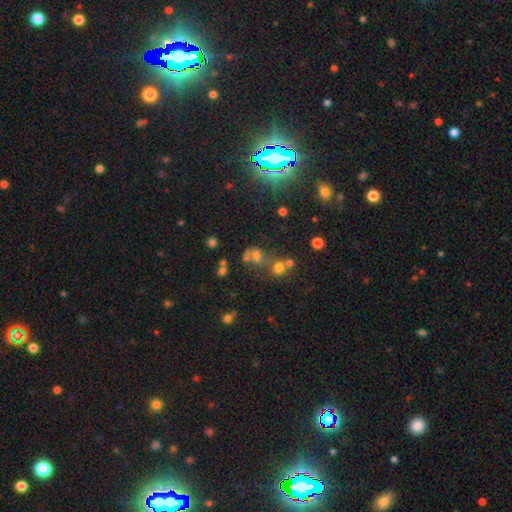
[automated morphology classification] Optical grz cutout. It shows a smooth galaxy with no disk features (55%) that is round (65%). Merging: merger (39%).